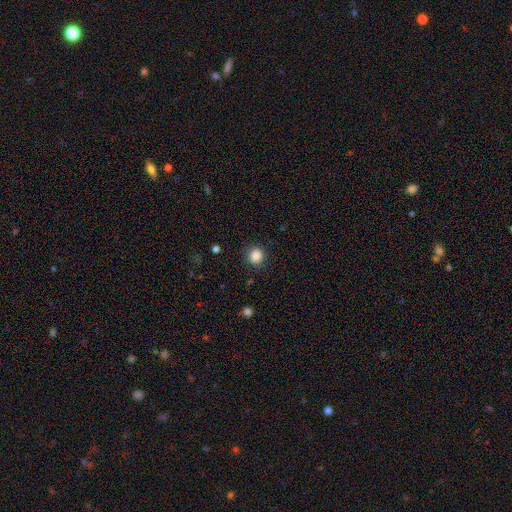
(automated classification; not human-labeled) The model was most divided on "smooth or featured": smooth: 86%, star or artifact: 11%, featured or disk: 3%. More confident: how rounded — round (91%); merging — none (87%).